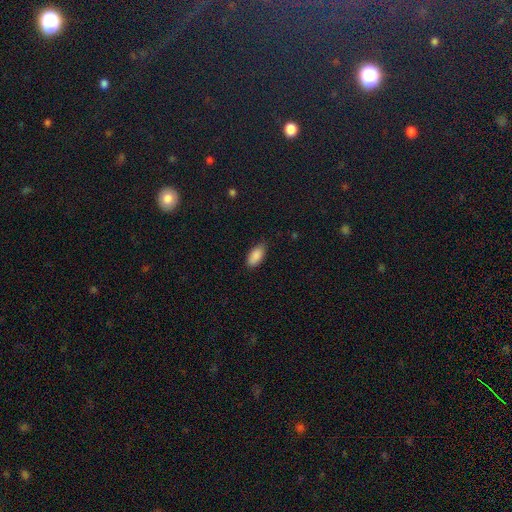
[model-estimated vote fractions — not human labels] smooth_or_featured: smooth (p=0.89) [alt: star or artifact p=0.07]
how_rounded: in between (p=0.90) [alt: cigar-shaped p=0.08]
merging: none (p=0.81) [alt: minor disturbance p=0.15]